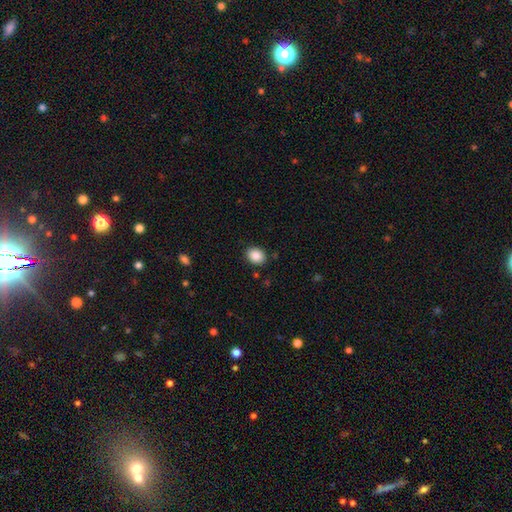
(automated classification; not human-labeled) smooth_or_featured: smooth (p=0.88) [alt: star or artifact p=0.09]
how_rounded: in between (p=0.50) [alt: round p=0.49]
merging: none (p=0.87) [alt: minor disturbance p=0.08]